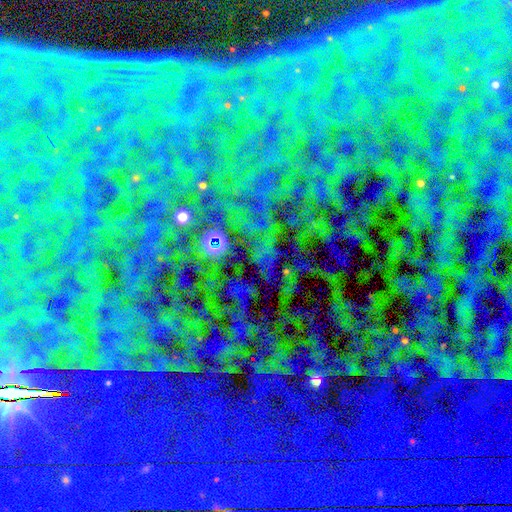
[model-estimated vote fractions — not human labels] Smooth or featured? Predicted: star or artifact (p=0.80).